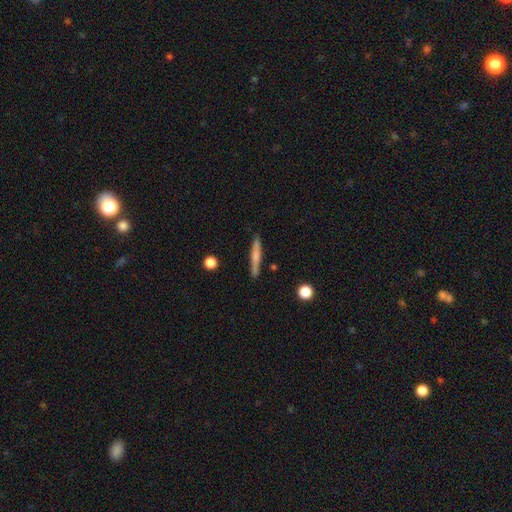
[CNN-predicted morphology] type=smooth (57%); roundness=cigar-shaped (93%); merging=none (87%).